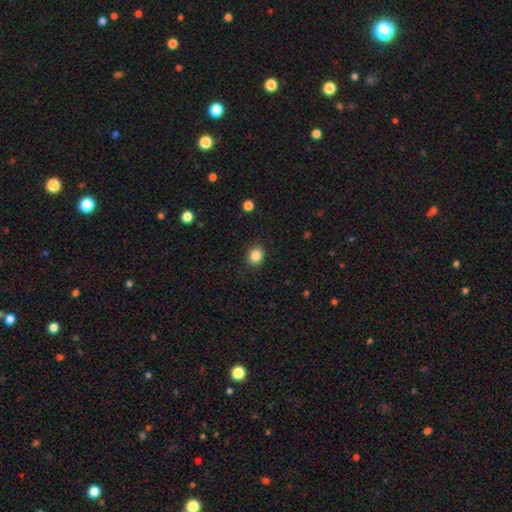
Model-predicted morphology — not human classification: Smooth or featured?
  - smooth: 85% *
  - star or artifact: 10%
  - featured or disk: 5%
How rounded?
  - round: 67% *
  - in between: 33%
  - cigar-shaped: 1%
Merging?
  - none: 88% *
  - minor disturbance: 9%
  - major disturbance: 2%
  - merger: 1%